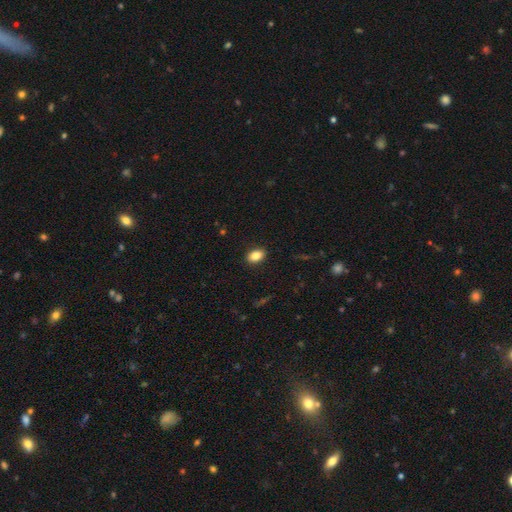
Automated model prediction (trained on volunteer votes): smooth 85%, star or artifact 9%, featured or disk 6%. Down the decision tree: how rounded — in between (85%); merging — none (89%).